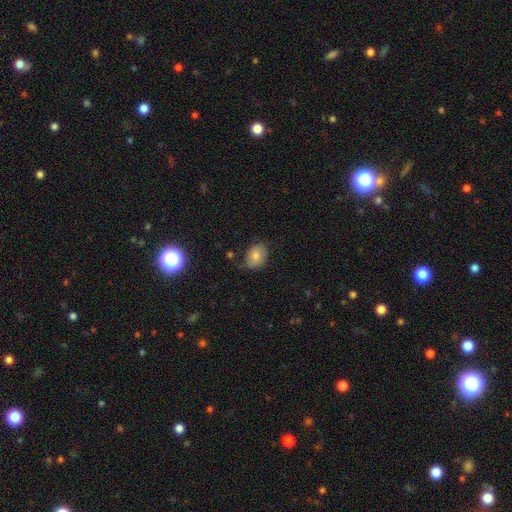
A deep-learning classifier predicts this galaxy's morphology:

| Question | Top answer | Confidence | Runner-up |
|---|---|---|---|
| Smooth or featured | smooth | 65% | featured or disk (22%) |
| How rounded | in between | 61% | round (38%) |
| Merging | none | 66% | minor disturbance (25%) |